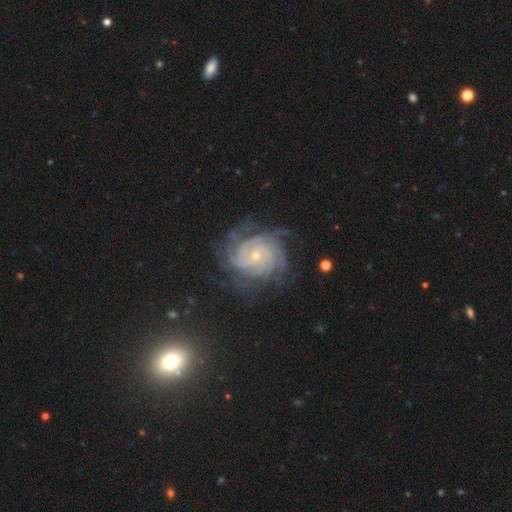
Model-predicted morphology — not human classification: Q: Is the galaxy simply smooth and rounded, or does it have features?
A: featured or disk — 88%.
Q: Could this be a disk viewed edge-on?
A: no — 98%.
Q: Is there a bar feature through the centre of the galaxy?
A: no — 72%.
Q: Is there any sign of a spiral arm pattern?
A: yes — 98%.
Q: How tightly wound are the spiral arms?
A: tight — 75%.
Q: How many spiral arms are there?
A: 4 — 26%.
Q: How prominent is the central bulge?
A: small — 76%.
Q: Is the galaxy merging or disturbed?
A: none — 73%.